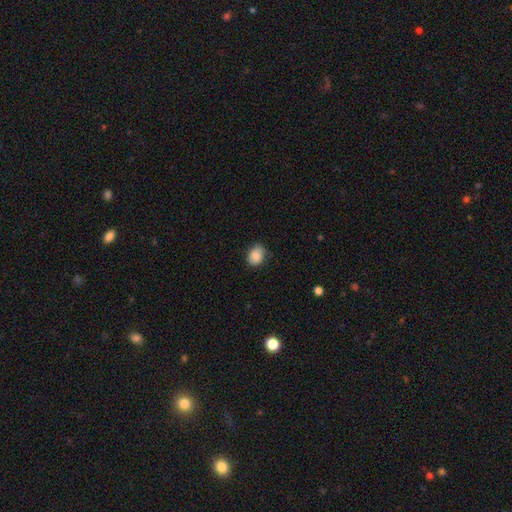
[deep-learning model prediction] Q: Smooth or featured?
A: smooth (84%); runner-up: star or artifact (8%)
Q: How rounded?
A: in between (57%); runner-up: round (42%)
Q: Merging?
A: none (72%); runner-up: minor disturbance (23%)